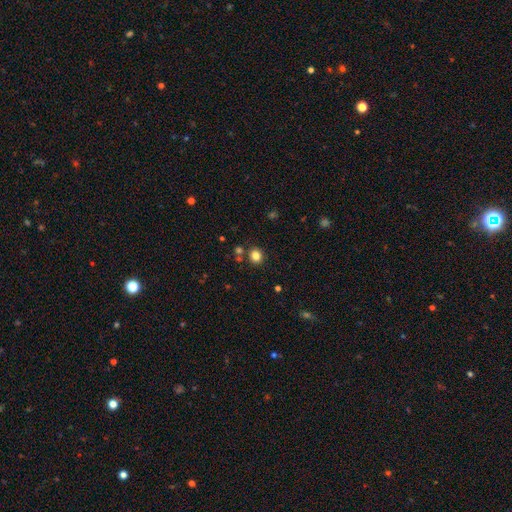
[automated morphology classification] Overall: smooth (82%). How rounded: round (85%). Merging: none (84%).